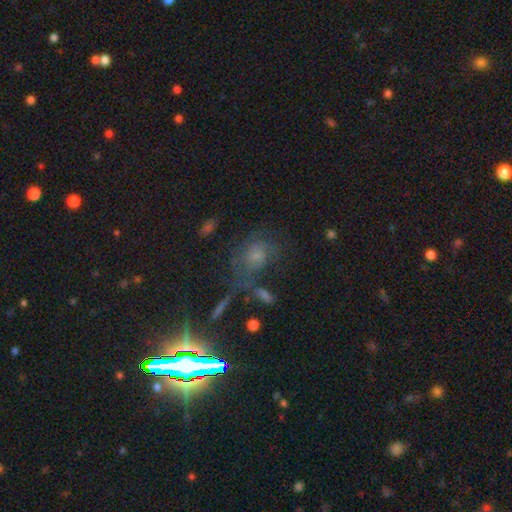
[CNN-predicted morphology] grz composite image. It shows a smooth galaxy with no disk features (36%). Merging: none (50%).